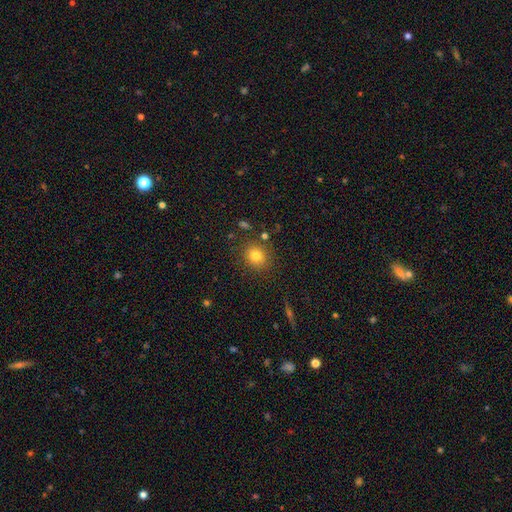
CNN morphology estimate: This appears to be a smooth galaxy with no disk features (79%) that is round (77%). Merging: none (84%).